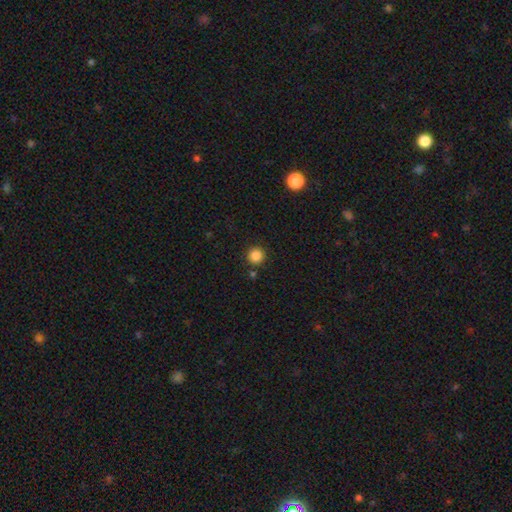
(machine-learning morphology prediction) smooth 86%, star or artifact 11%, featured or disk 3%. Down the decision tree: how rounded — round (95%); merging — none (87%).